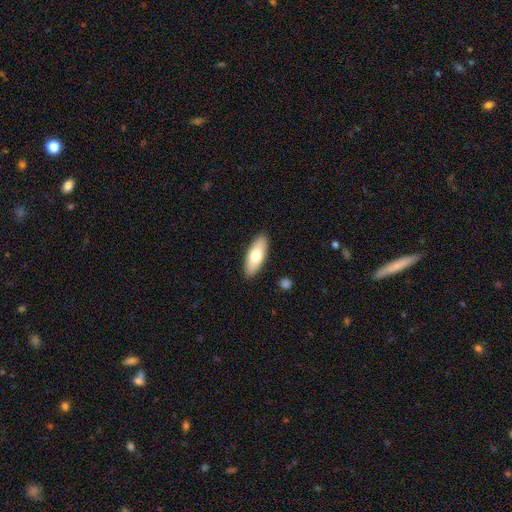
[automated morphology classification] smooth 70%, featured or disk 25%, star or artifact 6%. Down the decision tree: how rounded — in between (73%); merging — none (90%).